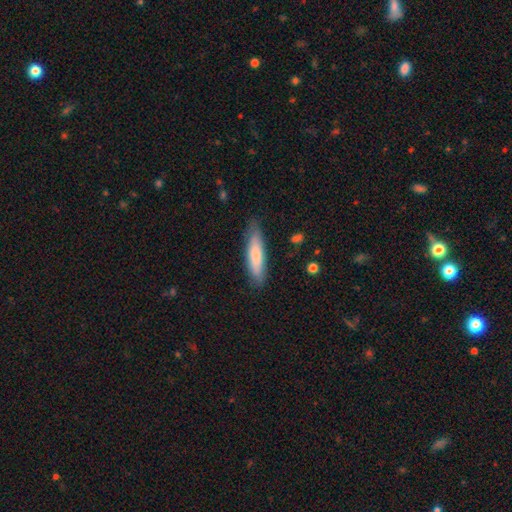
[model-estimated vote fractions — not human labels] Smooth or featured? Predicted: smooth (p=0.76). How rounded? Predicted: cigar-shaped (p=0.70). Merging? Predicted: none (p=0.80).